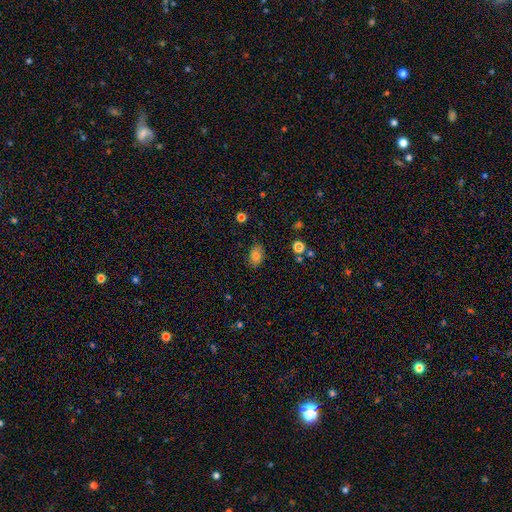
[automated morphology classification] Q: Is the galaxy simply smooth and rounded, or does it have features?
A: smooth — 74%.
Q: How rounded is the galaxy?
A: in between — 78%.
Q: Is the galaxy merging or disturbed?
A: none — 80%.